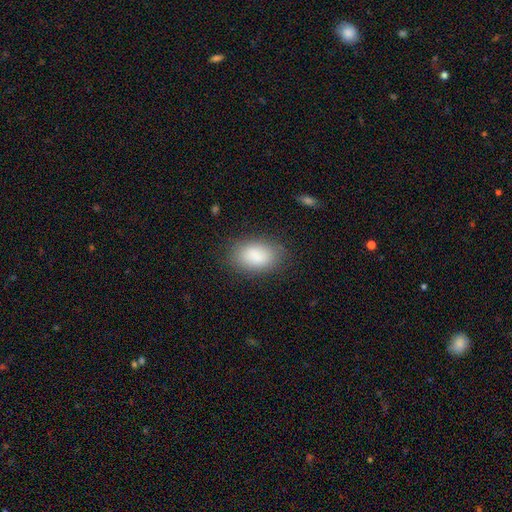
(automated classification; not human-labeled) smooth 88%, star or artifact 7%, featured or disk 5%. Down the decision tree: how rounded — in between (88%); merging — none (83%).